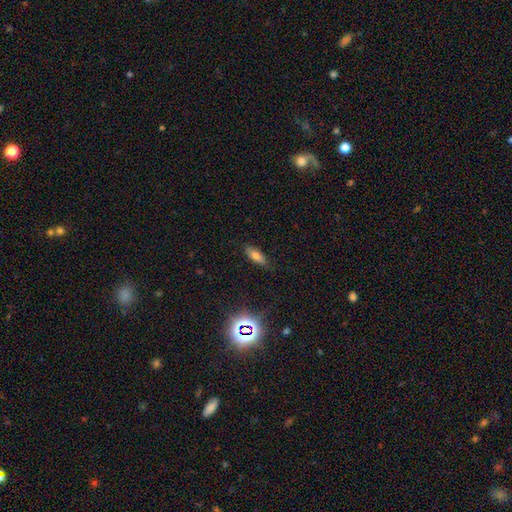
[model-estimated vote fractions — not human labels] smooth_or_featured: smooth (p=0.72) [alt: featured or disk p=0.15]
how_rounded: in between (p=0.72) [alt: cigar-shaped p=0.26]
merging: none (p=0.84) [alt: minor disturbance p=0.12]